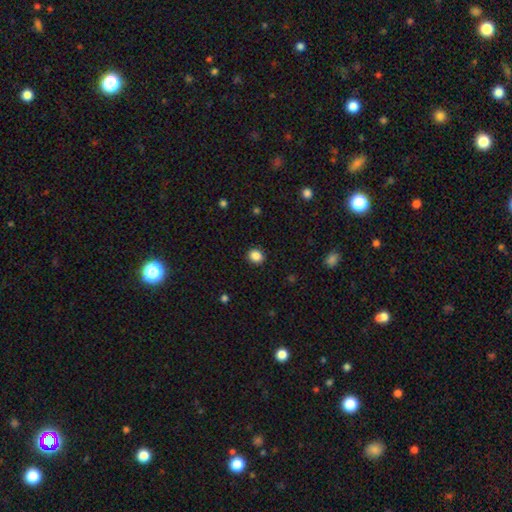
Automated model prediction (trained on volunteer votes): This is clearly a smooth galaxy (87%). How rounded: likely round (65%). Merging: clearly none (90%).